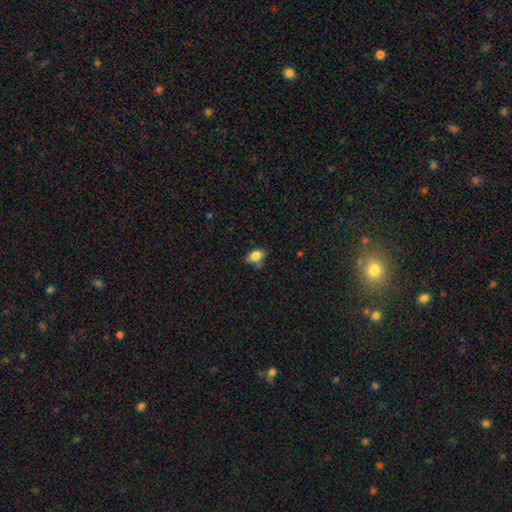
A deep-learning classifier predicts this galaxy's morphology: Q: Smooth or featured?
A: smooth (81%); runner-up: star or artifact (9%)
Q: How rounded?
A: in between (81%); runner-up: round (16%)
Q: Merging?
A: none (62%); runner-up: minor disturbance (25%)